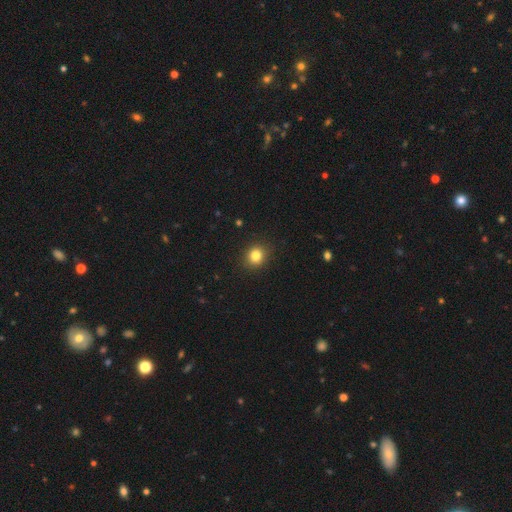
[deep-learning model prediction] This is clearly a smooth galaxy (83%). How rounded: likely round (77%). Merging: clearly none (91%).